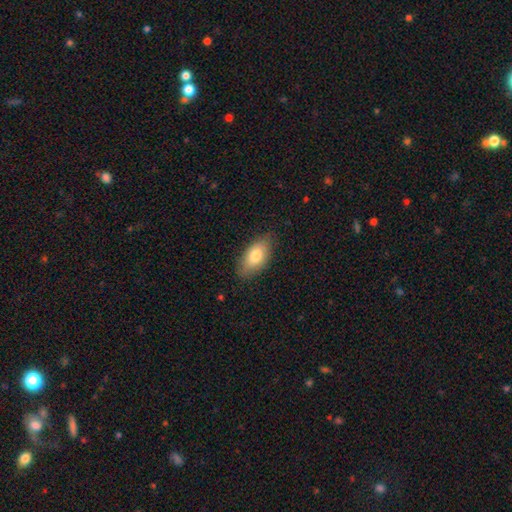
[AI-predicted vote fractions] Overall: smooth (78%). How rounded: in between (91%). Merging: none (81%).